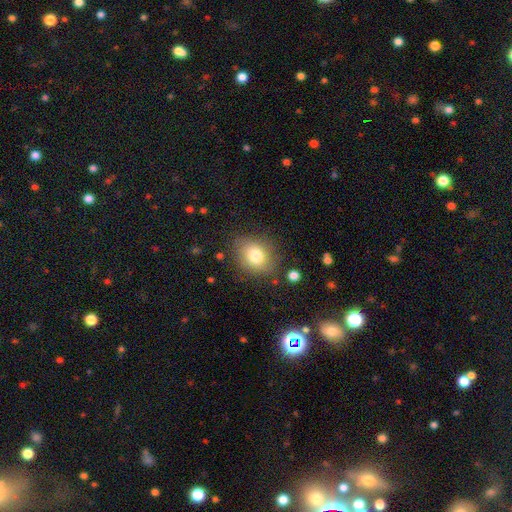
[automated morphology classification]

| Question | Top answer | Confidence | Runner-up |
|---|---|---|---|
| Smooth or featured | smooth | 78% | featured or disk (11%) |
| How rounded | round | 61% | in between (38%) |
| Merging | none | 80% | minor disturbance (13%) |